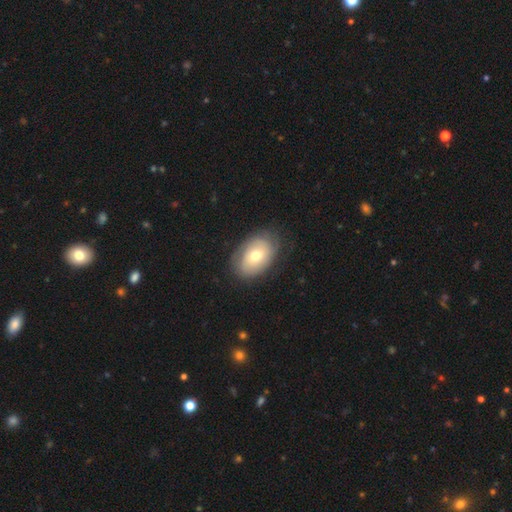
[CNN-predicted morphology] Smooth or featured? Predicted: smooth (p=0.61). How rounded? Predicted: in between (p=0.84). Merging? Predicted: none (p=0.74).